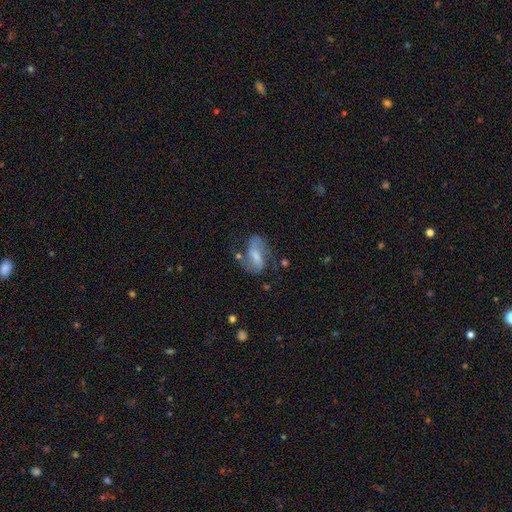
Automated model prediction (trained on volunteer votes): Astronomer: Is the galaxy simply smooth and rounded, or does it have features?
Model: featured or disk — 70%.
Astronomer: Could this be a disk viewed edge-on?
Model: no — 96%.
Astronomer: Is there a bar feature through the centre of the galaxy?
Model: weak — 43% (runner-up: strong, 35%).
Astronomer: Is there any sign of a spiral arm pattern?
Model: yes — 90%.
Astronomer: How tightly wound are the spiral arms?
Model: medium — 46% (runner-up: loose, 38%).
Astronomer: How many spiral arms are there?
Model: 2 — 86%.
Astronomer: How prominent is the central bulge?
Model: small — 36% (runner-up: moderate, 34%).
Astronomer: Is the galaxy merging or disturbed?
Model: none — 54%.